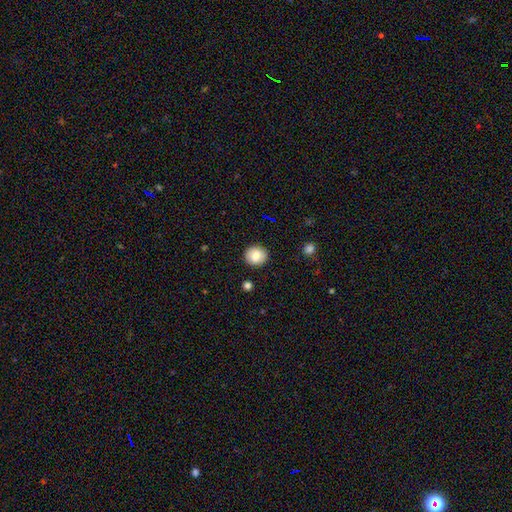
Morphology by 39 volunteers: Smooth or featured?
  - smooth: 79% *
  - star or artifact: 13%
  - featured or disk: 8%
How rounded?
  - round: 84% *
  - in between: 16%
  - cigar-shaped: 0%
Merging?
  - none: 88% *
  - minor disturbance: 6%
  - merger: 6%
  - major disturbance: 0%